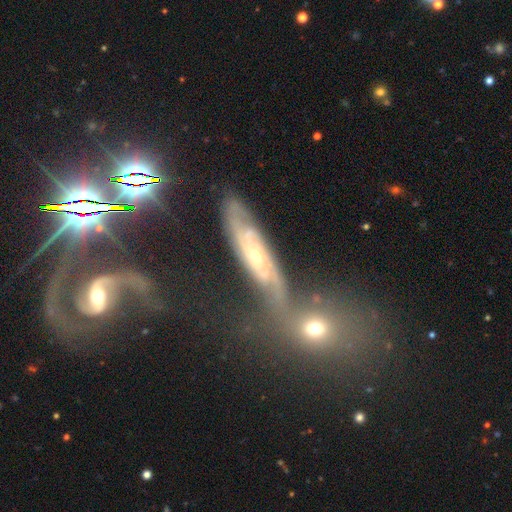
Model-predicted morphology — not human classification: type=featured or disk (77%); edge-on=no (75%); bar=no (54%); spiral arms=yes (91%); winding=tight (45%); arm count=2 (48%); bulge=small (64%); merging=none (52%).